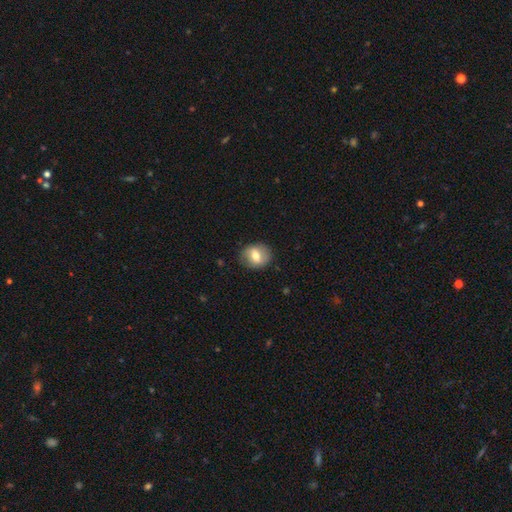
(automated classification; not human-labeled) Smooth or featured: smooth — 62% (featured or disk — 30%)
How rounded: round — 61% (in between — 38%)
Merging: none — 83% (minor disturbance — 12%)